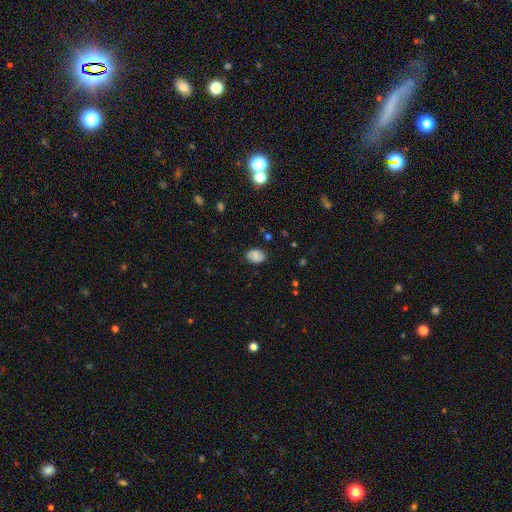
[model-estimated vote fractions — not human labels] Smooth or featured? Predicted: smooth (p=0.79). How rounded? Predicted: in between (p=0.73). Merging? Predicted: none (p=0.80).